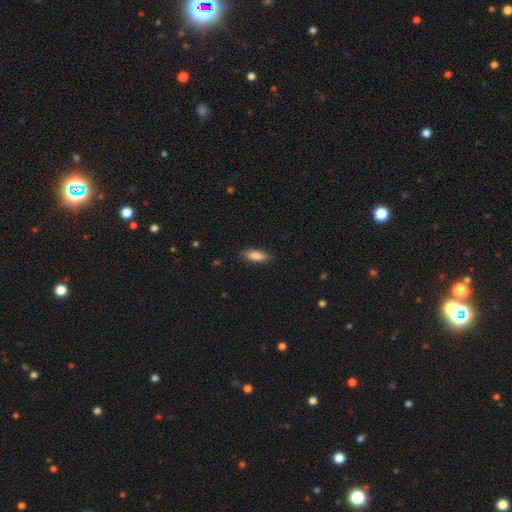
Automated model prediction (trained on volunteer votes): Smooth or featured?
  - smooth: 83% *
  - featured or disk: 11%
  - star or artifact: 6%
How rounded?
  - in between: 57% *
  - cigar-shaped: 41%
  - round: 2%
Merging?
  - none: 87% *
  - minor disturbance: 10%
  - major disturbance: 2%
  - merger: 1%